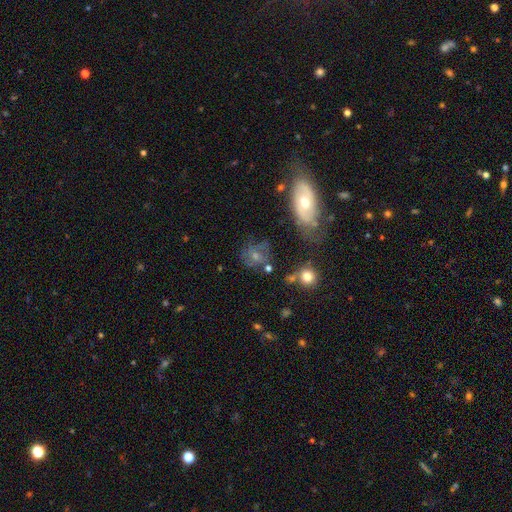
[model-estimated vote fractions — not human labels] smooth 45%, featured or disk 41%, star or artifact 14%. Down the decision tree: merging — none (49%).